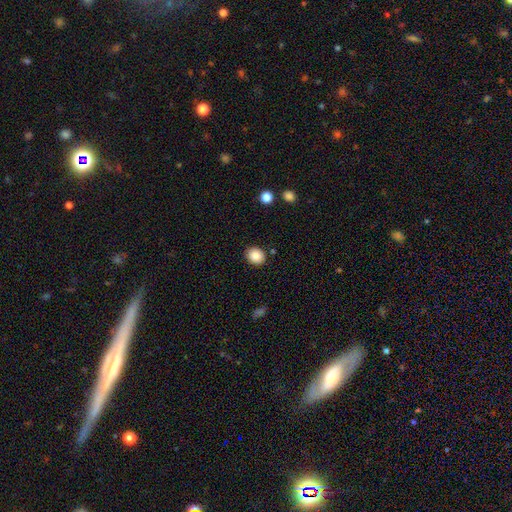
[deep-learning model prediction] Q: Smooth or featured?
A: smooth (87%); runner-up: star or artifact (9%)
Q: How rounded?
A: round (65%); runner-up: in between (35%)
Q: Merging?
A: none (87%); runner-up: minor disturbance (8%)